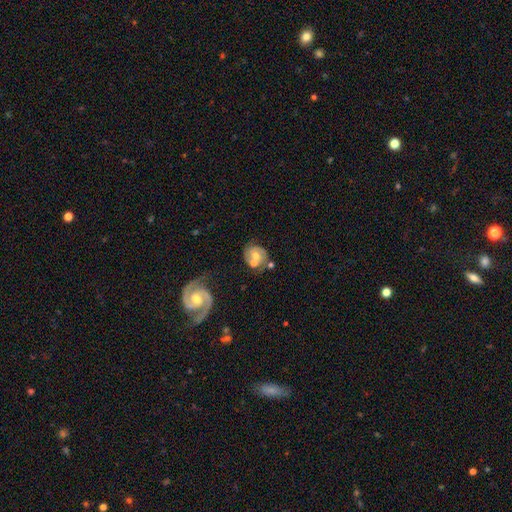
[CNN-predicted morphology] Smooth or featured? featured or disk (60%)
Edge-on disk? no (97%)
Bar? no (64%)
Spiral arms? yes (83%)
Bulge size? moderate (60%)
Merging? none (53%)